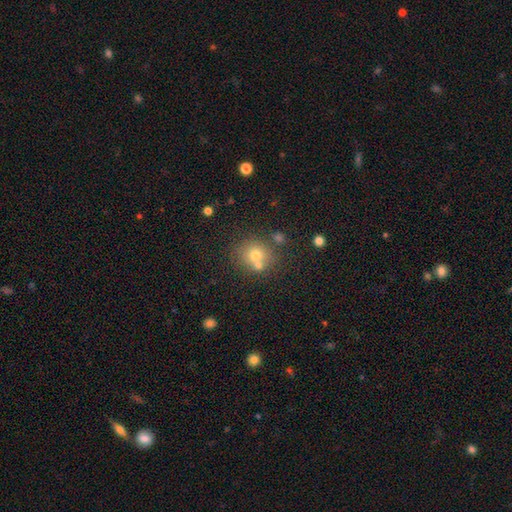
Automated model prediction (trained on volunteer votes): Morphology: type=smooth (68%); roundness=round (84%); merging=none (60%).